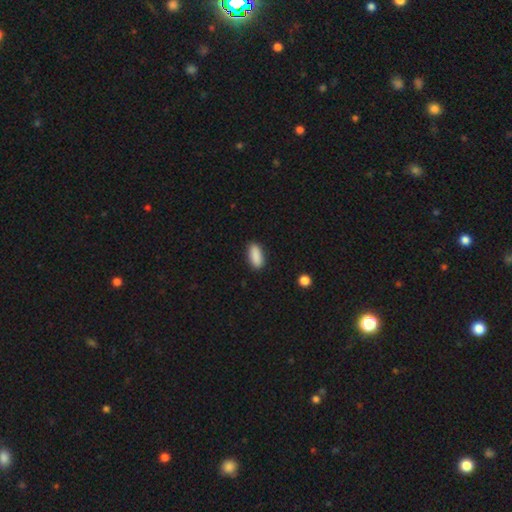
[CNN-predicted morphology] The model was most divided on "how rounded": in between: 80%, cigar-shaped: 18%, round: 2%. More confident: smooth or featured — smooth (89%); merging — none (86%).